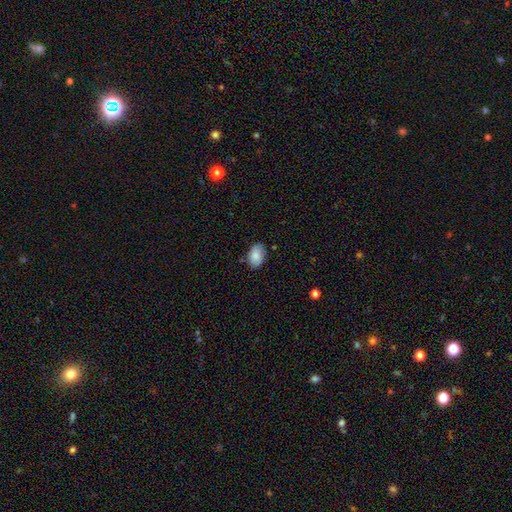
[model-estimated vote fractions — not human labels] Smooth or featured? smooth (86%)
How rounded? in between (86%)
Merging? none (78%)